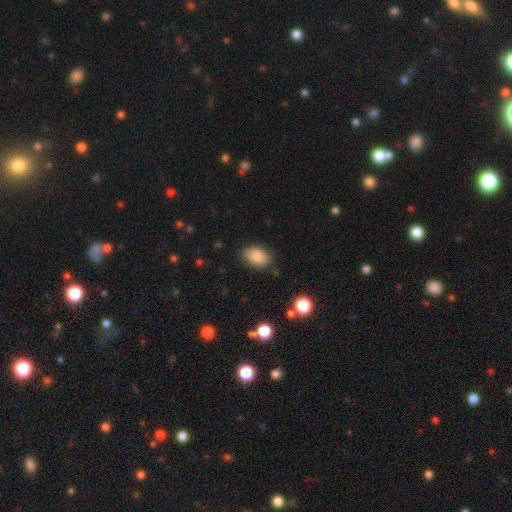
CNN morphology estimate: Smooth or featured?
  - smooth: 85% *
  - star or artifact: 8%
  - featured or disk: 7%
How rounded?
  - in between: 85% *
  - round: 14%
  - cigar-shaped: 1%
Merging?
  - none: 80% *
  - minor disturbance: 15%
  - major disturbance: 3%
  - merger: 1%